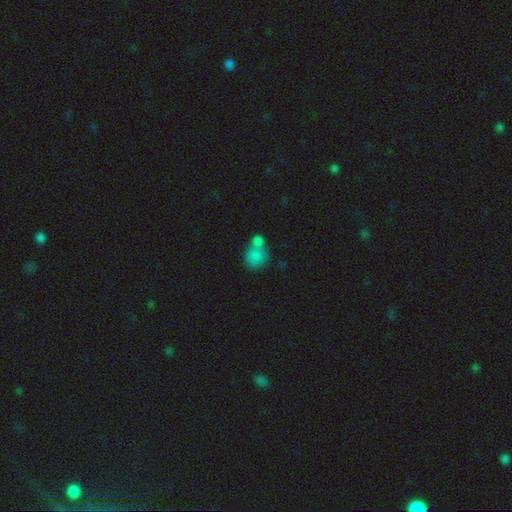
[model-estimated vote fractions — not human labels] Smooth or featured? smooth (81%)
How rounded? round (71%)
Merging? merger (55%)